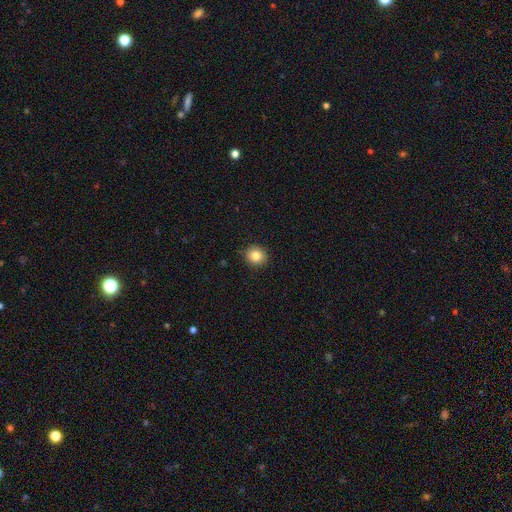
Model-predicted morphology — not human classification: Smooth or featured: smooth — 83% (star or artifact — 10%)
How rounded: round — 86% (in between — 13%)
Merging: none — 91% (minor disturbance — 6%)